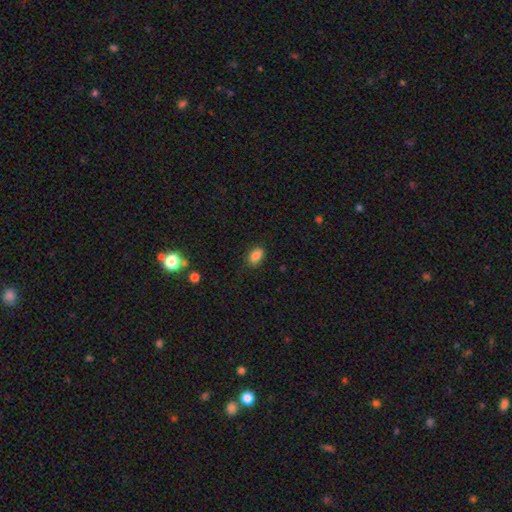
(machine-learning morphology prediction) A smooth galaxy with no disk features (85%) that is in between round and cigar-shaped (85%). Merging: none (80%).